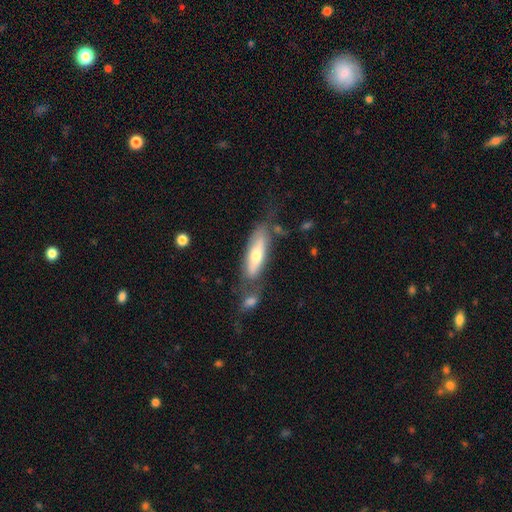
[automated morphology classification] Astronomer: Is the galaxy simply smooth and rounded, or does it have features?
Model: smooth — 52% (runner-up: featured or disk, 42%).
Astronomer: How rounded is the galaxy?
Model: in between — 49%, tied with cigar-shaped at 49%.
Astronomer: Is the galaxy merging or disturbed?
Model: none — 53%.